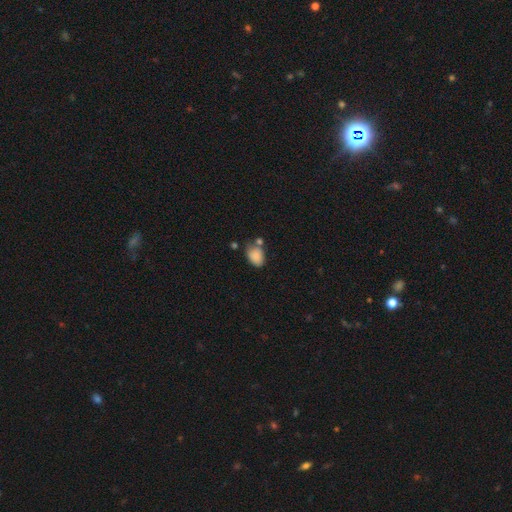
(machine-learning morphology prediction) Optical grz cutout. It shows a smooth galaxy with no disk features (85%) that is in between round and cigar-shaped (77%). Merging: none (52%).